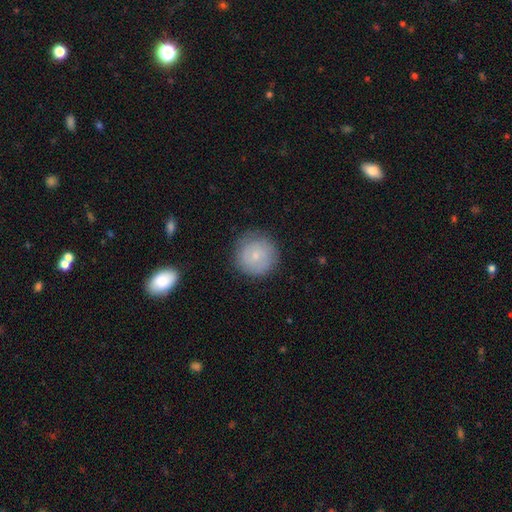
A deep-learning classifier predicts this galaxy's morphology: Smooth or featured? Predicted: smooth (p=0.70). How rounded? Predicted: round (p=0.94). Merging? Predicted: none (p=0.83).